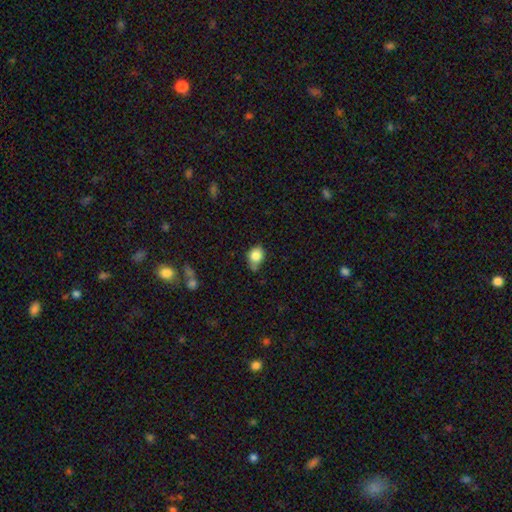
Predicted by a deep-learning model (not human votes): This appears to be a smooth galaxy with no disk features (84%) that is round (56%). Merging: none (54%).